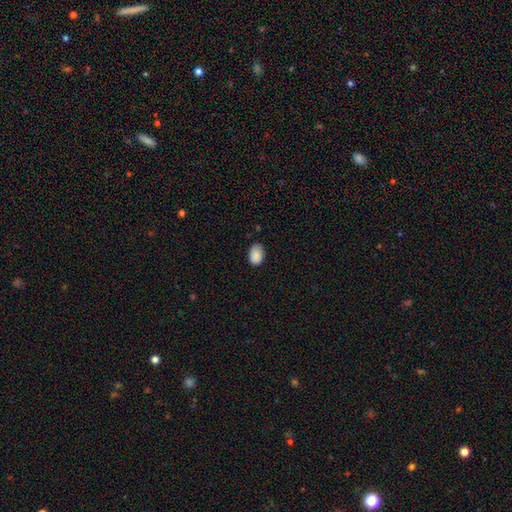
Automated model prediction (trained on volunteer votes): smooth_or_featured: smooth (p=0.89) [alt: star or artifact p=0.08]
how_rounded: in between (p=0.83) [alt: round p=0.16]
merging: none (p=0.77) [alt: minor disturbance p=0.19]